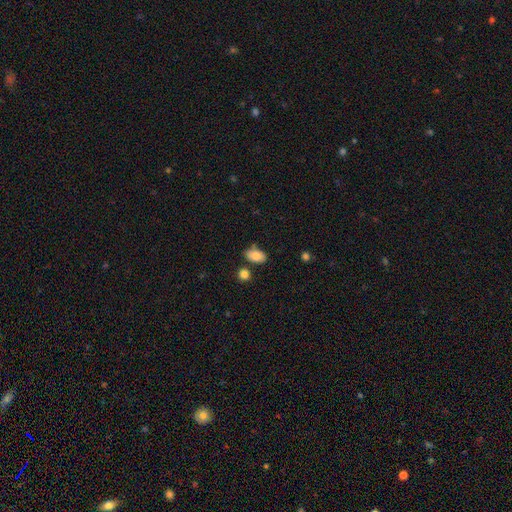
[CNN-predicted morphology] smooth-or-featured: smooth: 83% | featured or disk: 9% | star or artifact: 8%
  how-rounded: in between: 90% | round: 8% | cigar-shaped: 2%
  merging: none: 71% | minor disturbance: 18% | merger: 8% | major disturbance: 4%